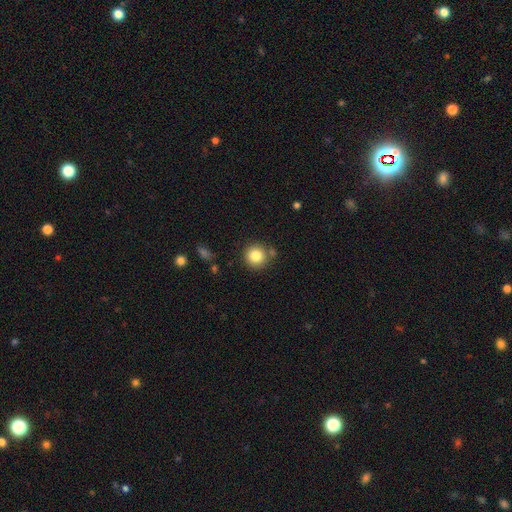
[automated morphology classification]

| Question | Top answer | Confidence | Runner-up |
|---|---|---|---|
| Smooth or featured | smooth | 83% | star or artifact (10%) |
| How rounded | round | 93% | in between (6%) |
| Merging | none | 80% | minor disturbance (10%) |